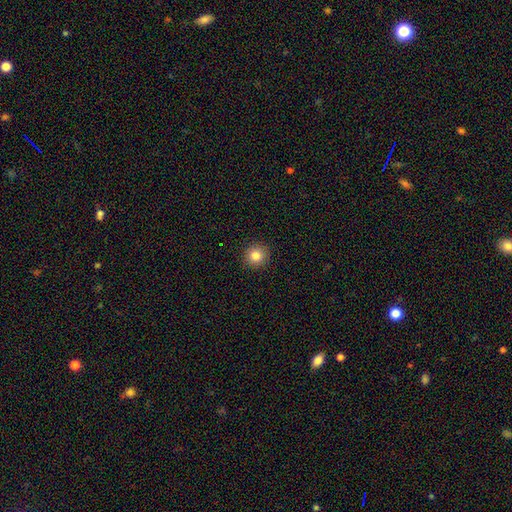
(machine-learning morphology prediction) Q: Smooth or featured?
A: smooth (83%); runner-up: star or artifact (11%)
Q: How rounded?
A: round (91%); runner-up: in between (8%)
Q: Merging?
A: none (92%); runner-up: minor disturbance (6%)